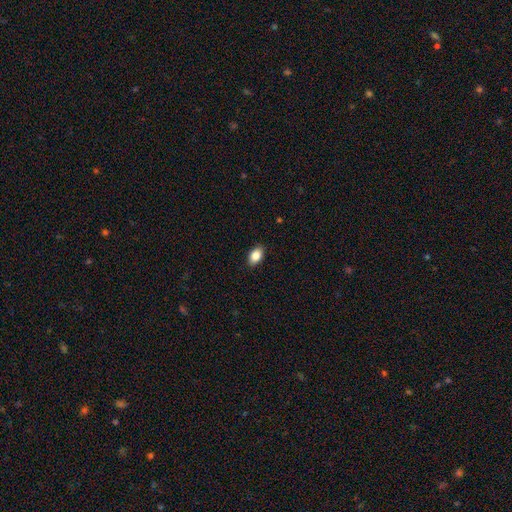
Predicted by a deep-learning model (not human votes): A smooth galaxy with no disk features (86%) that is in between round and cigar-shaped (89%). Merging: none (89%).